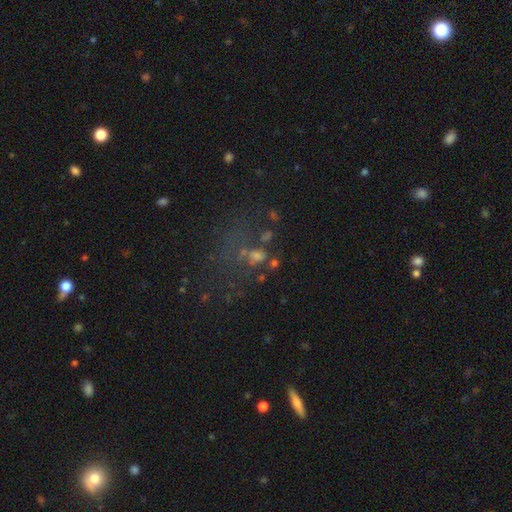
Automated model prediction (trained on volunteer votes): Smooth or featured? Predicted: star or artifact (p=0.37).